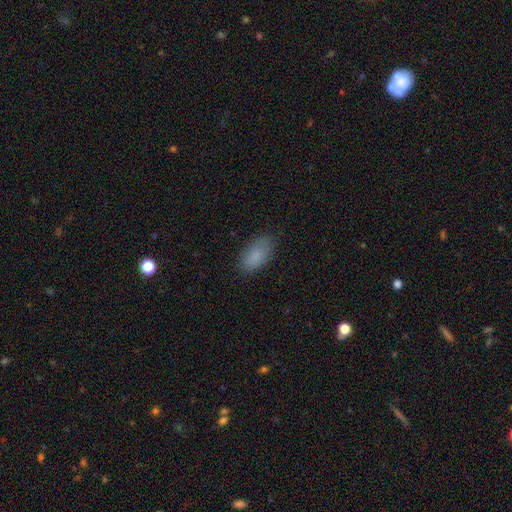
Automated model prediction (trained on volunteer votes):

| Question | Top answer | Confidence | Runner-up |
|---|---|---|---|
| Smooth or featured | smooth | 87% | star or artifact (7%) |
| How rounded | in between | 92% | cigar-shaped (5%) |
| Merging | none | 81% | minor disturbance (15%) |